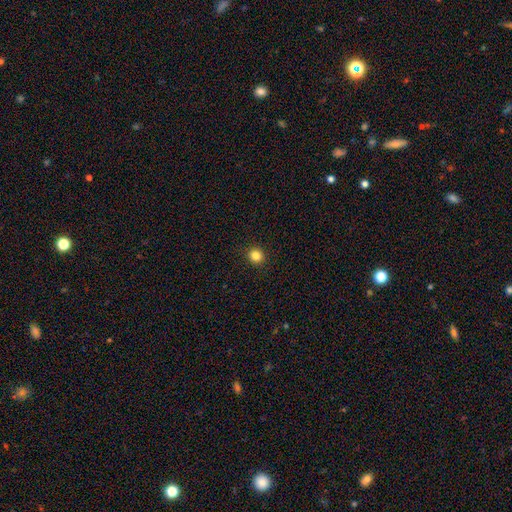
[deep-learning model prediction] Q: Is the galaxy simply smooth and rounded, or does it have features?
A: smooth — 83%.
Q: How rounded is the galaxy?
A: round — 92%.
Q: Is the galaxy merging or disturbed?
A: none — 93%.